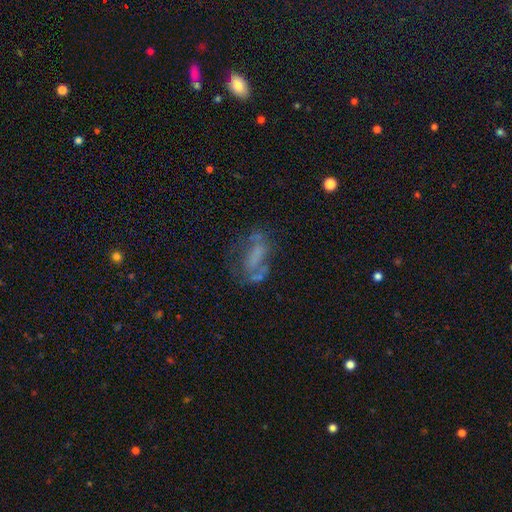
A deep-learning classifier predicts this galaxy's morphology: This is possibly a featured or disk galaxy (52%). It is clearly not viewed edge-on (93%). Merging: marginally none (42%).